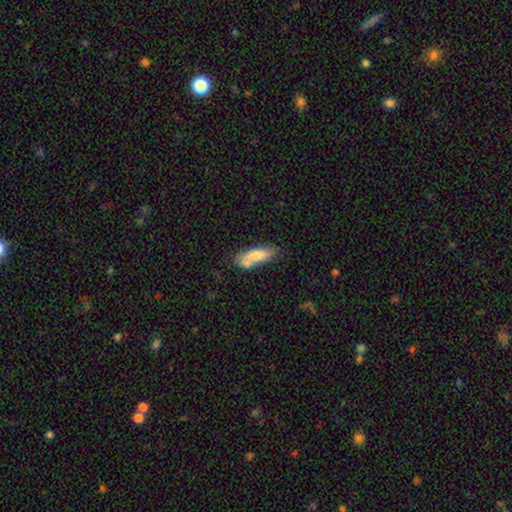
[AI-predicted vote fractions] Smooth or featured? smooth (74%)
How rounded? in between (61%)
Merging? none (53%)